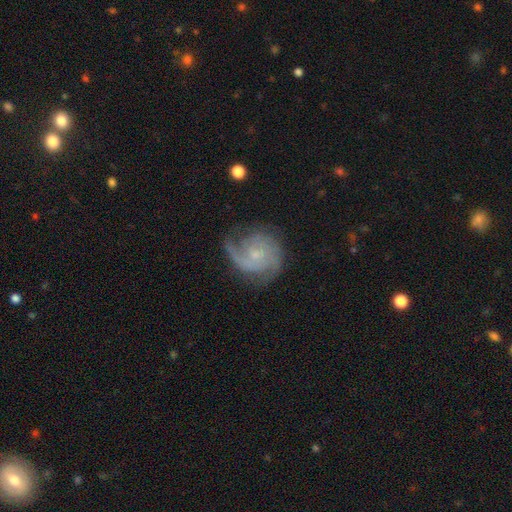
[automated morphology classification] type=featured or disk (82%); edge-on=no (98%); bar=no (71%); spiral arms=yes (96%); winding=medium (42%); arm count=2 (42%); bulge=small (73%); merging=none (63%).